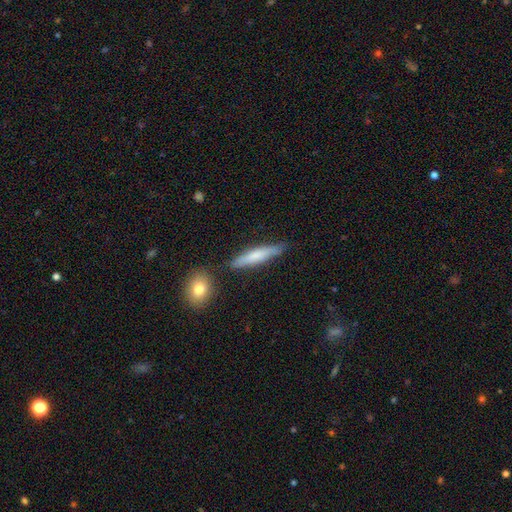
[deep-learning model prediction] Q: Smooth or featured?
A: smooth (64%); runner-up: featured or disk (30%)
Q: How rounded?
A: cigar-shaped (88%); runner-up: in between (10%)
Q: Merging?
A: none (77%); runner-up: minor disturbance (16%)